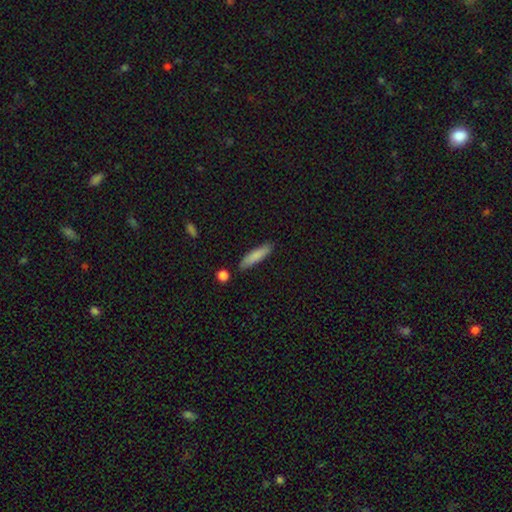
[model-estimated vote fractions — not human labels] The model was most divided on "how rounded": cigar-shaped: 80%, in between: 19%, round: 2%. More confident: smooth or featured — smooth (82%); merging — none (82%).